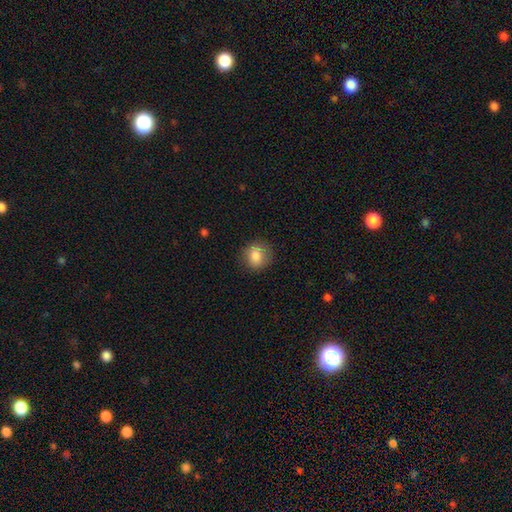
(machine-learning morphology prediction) Smooth or featured? smooth (83%)
How rounded? round (78%)
Merging? none (83%)